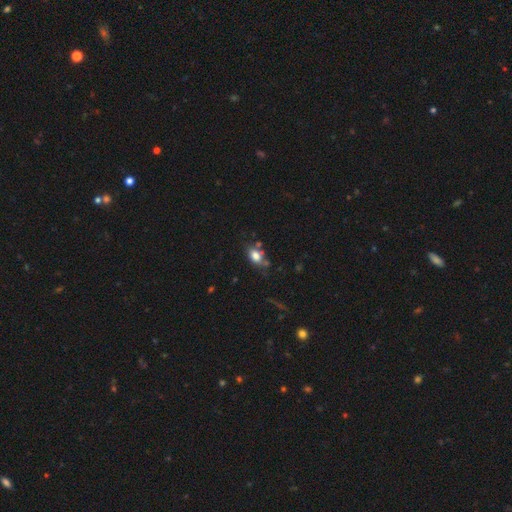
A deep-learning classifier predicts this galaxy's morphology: smooth-or-featured: smooth: 76% | featured or disk: 13% | star or artifact: 11%
  how-rounded: in between: 79% | round: 18% | cigar-shaped: 4%
  merging: none: 58% | minor disturbance: 21% | merger: 14% | major disturbance: 7%